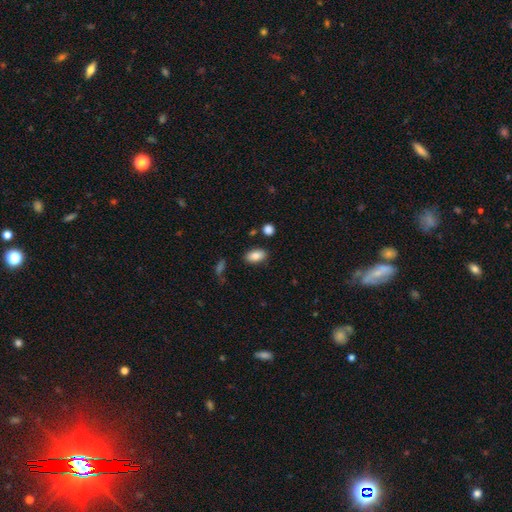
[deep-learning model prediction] smooth_or_featured: smooth (p=0.86) [alt: star or artifact p=0.08]
how_rounded: in between (p=0.92) [alt: round p=0.05]
merging: none (p=0.84) [alt: minor disturbance p=0.10]